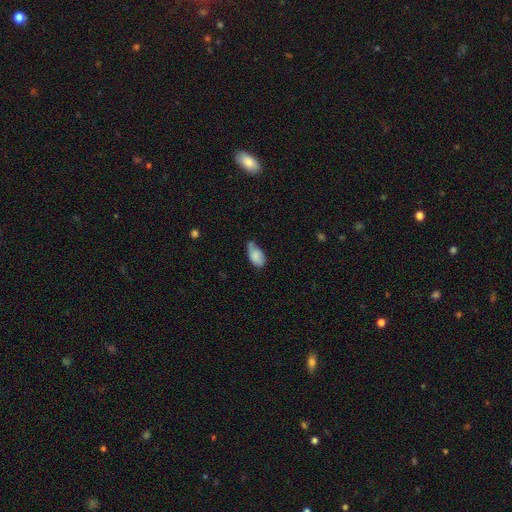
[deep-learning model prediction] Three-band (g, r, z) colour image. It shows a smooth galaxy with no disk features (78%) that is in between round and cigar-shaped (93%). Merging: none (42%).